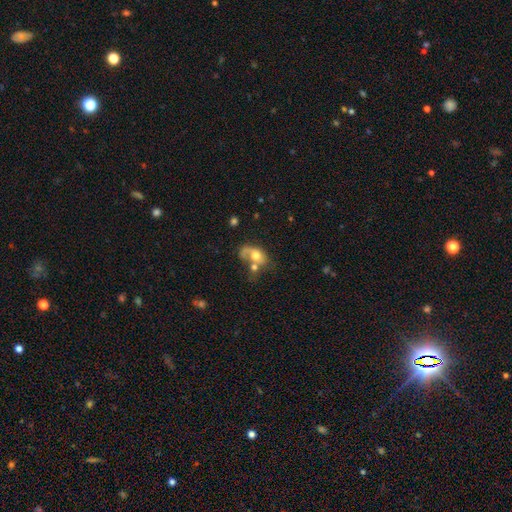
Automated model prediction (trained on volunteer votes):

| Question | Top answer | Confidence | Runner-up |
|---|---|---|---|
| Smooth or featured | smooth | 52% | featured or disk (39%) |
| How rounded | in between | 69% | round (29%) |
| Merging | merger | 41% | major disturbance (24%) |